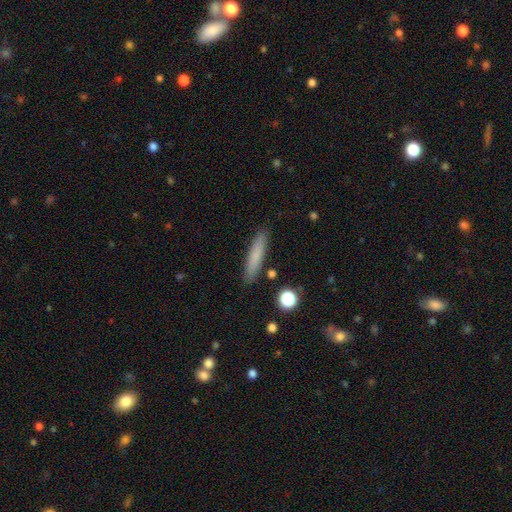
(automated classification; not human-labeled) A smooth galaxy with no disk features (79%) that is cigar-shaped (88%). Merging: none (88%).